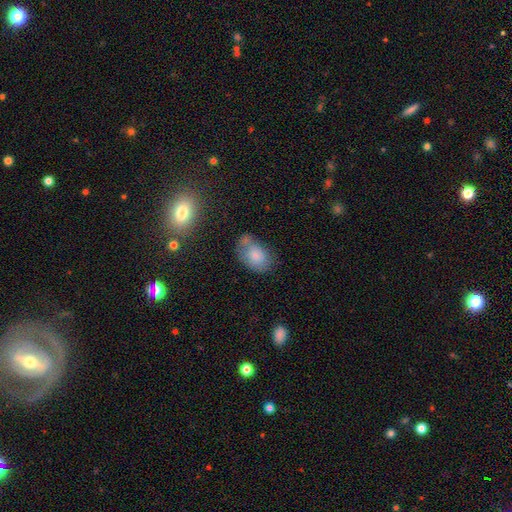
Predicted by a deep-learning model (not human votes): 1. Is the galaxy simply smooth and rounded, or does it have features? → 78% smooth, 13% featured or disk, 9% star or artifact.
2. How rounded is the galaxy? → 82% in between, 16% round, 1% cigar-shaped.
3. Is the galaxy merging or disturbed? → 45% none, 25% minor disturbance, 21% merger, 10% major disturbance.